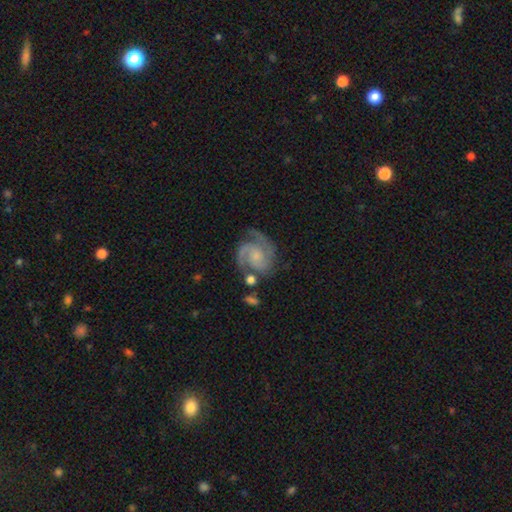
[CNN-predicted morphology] Smooth or featured?
  - featured or disk: 89% *
  - smooth: 6%
  - star or artifact: 5%
Edge-on disk?
  - no: 98% *
  - yes: 2%
Bar?
  - no: 66% *
  - weak: 29%
  - strong: 5%
Spiral arms?
  - yes: 98% *
  - no: 2%
Spiral winding?
  - medium: 49% *
  - tight: 42%
  - loose: 9%
Spiral arm count?
  - 2: 67% *
  - 3: 20%
  - can't tell: 5%
  - 1: 3%
  - 4: 2%
  - more than 4: 2%
Bulge size?
  - small: 56% *
  - moderate: 24%
  - none: 17%
  - large: 3%
  - dominant: 1%
Merging?
  - none: 67% *
  - minor disturbance: 18%
  - major disturbance: 9%
  - merger: 6%